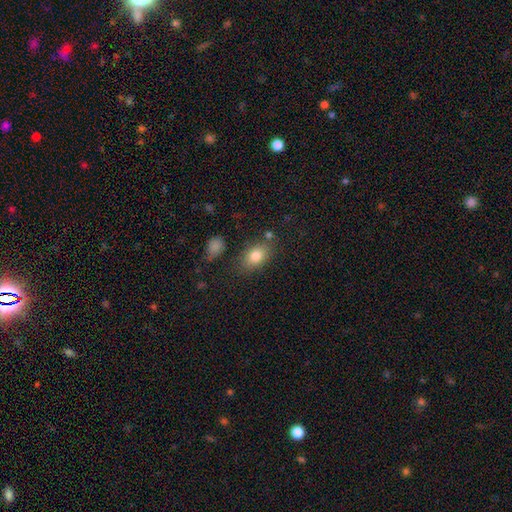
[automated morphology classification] A smooth galaxy with no disk features (81%) that is in between round and cigar-shaped (83%). Merging: none (76%).